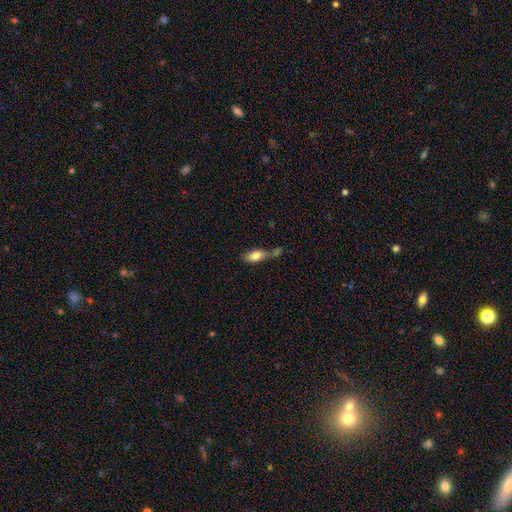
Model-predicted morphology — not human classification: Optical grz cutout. It shows a smooth galaxy with no disk features (79%) that is in between round and cigar-shaped (82%). Merging: merger (44%).